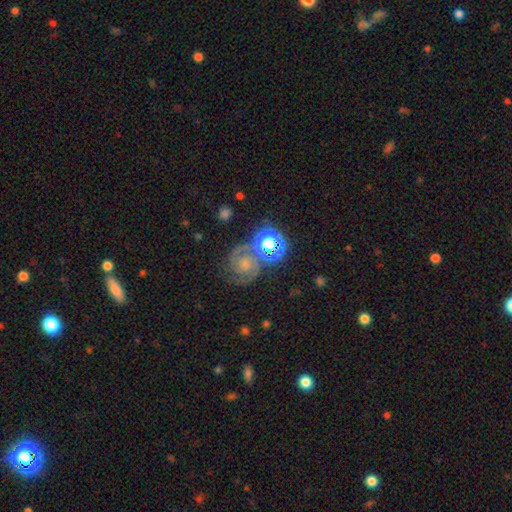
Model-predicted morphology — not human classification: Smooth or featured: smooth — 47% (star or artifact — 37%)
Merging: none — 54% (merger — 26%)